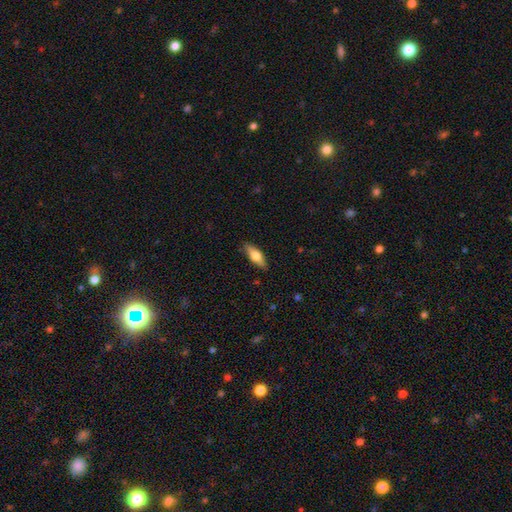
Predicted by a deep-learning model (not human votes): This appears to be a smooth galaxy with no disk features (57%) that is in between round and cigar-shaped (60%). Merging: none (86%).